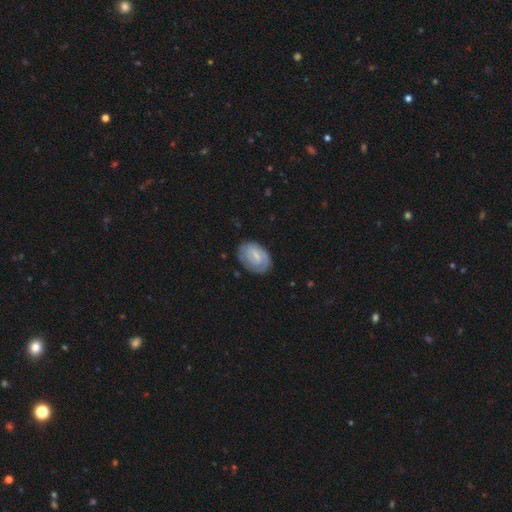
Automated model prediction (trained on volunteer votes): Smooth or featured? Predicted: featured or disk (p=0.55). Edge-on disk? Predicted: no (p=0.96). Bar? Predicted: weak (p=0.54). Spiral arms? Predicted: yes (p=0.77). Bulge size? Predicted: small (p=0.54). Merging? Predicted: none (p=0.74).